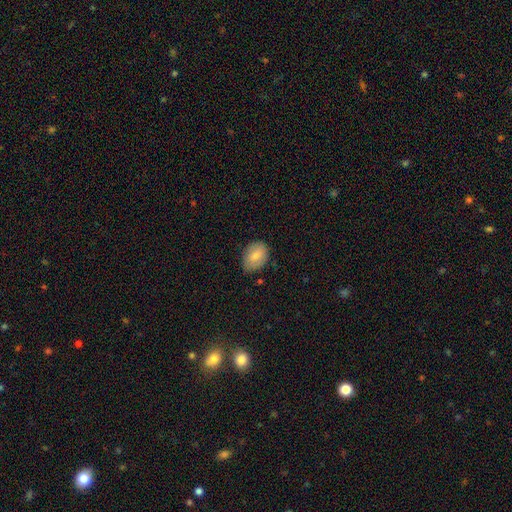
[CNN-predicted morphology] Smooth or featured? smooth (80%)
How rounded? in between (79%)
Merging? none (71%)